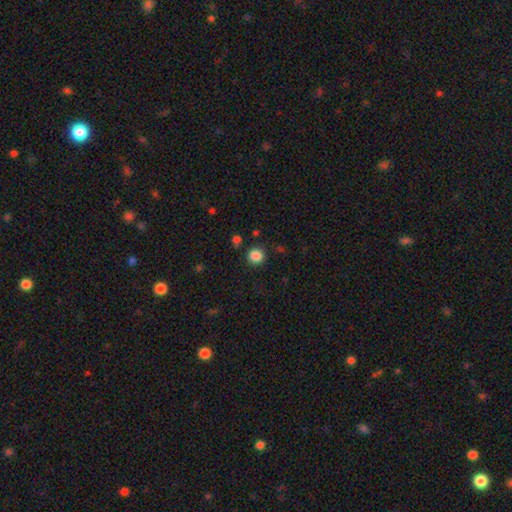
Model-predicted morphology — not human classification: Smooth or featured?
  - smooth: 86% *
  - star or artifact: 11%
  - featured or disk: 3%
How rounded?
  - round: 90% *
  - in between: 9%
  - cigar-shaped: 1%
Merging?
  - none: 88% *
  - minor disturbance: 7%
  - merger: 3%
  - major disturbance: 2%